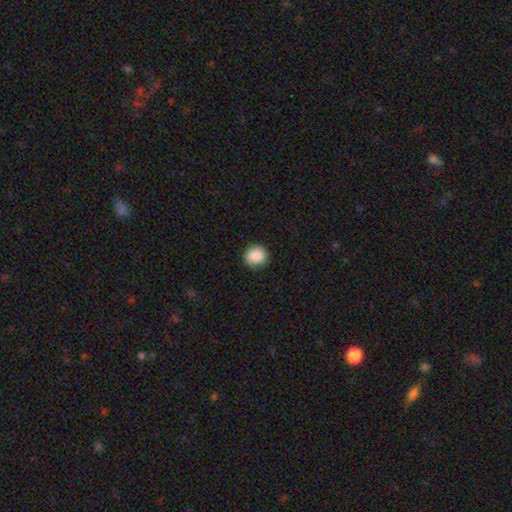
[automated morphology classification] A smooth galaxy with no disk features (88%) that is round (88%). Merging: none (85%).